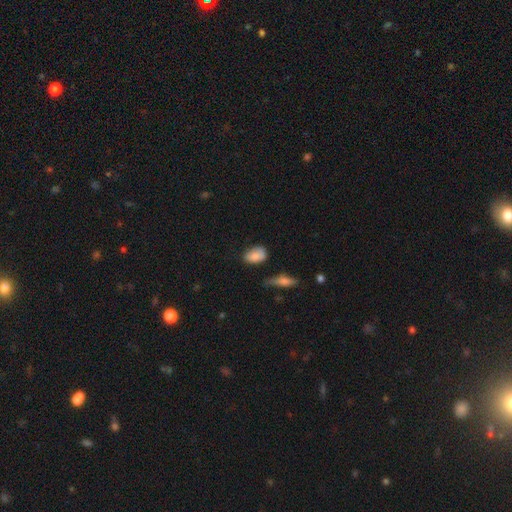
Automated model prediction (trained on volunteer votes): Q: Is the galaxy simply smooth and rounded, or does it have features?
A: smooth — 82%.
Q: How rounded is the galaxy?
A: in between — 87%.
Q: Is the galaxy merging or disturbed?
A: none — 59%.